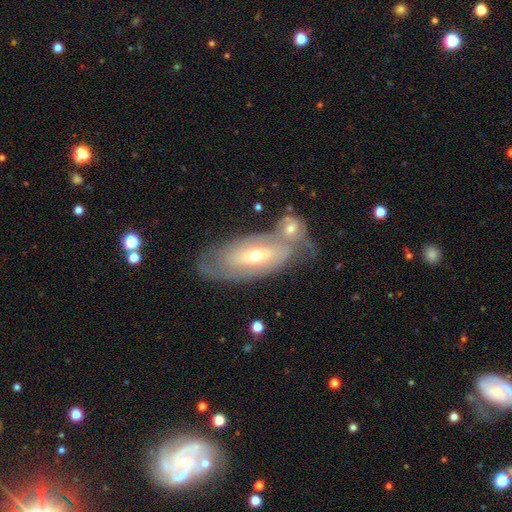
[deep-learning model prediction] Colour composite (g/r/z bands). It shows a featured or disk galaxy (61%) with no bar (58%), spiral arms (51%) and a moderate central bulge (53%). Merging: none (39%).